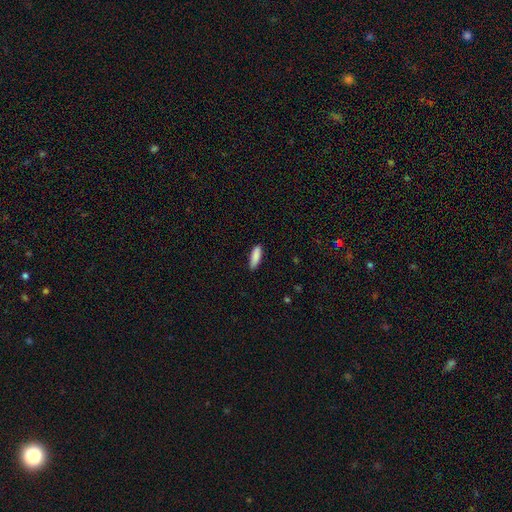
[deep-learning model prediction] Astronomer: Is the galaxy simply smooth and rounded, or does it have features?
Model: smooth — 88%.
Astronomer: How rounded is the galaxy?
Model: in between — 52% (runner-up: cigar-shaped, 46%).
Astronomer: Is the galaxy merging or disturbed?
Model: none — 84%.